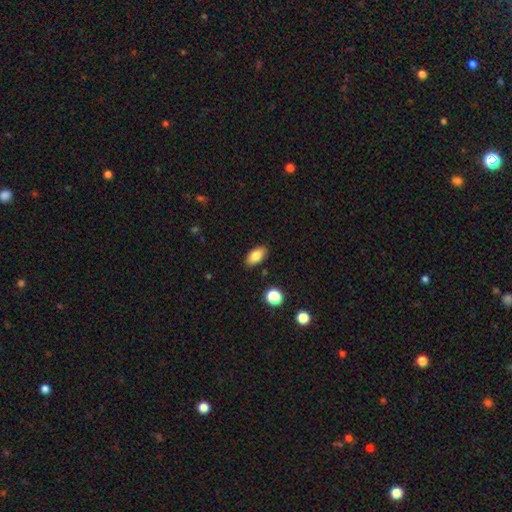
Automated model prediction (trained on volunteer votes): This is clearly a smooth galaxy (83%). How rounded: clearly in between (92%). Merging: clearly none (87%).